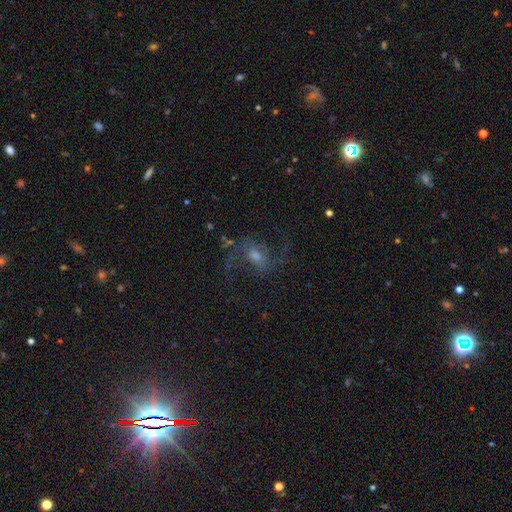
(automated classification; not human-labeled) Smooth or featured?
  - featured or disk: 66% *
  - smooth: 20%
  - star or artifact: 13%
Edge-on disk?
  - no: 96% *
  - yes: 4%
Bar?
  - weak: 47% *
  - no: 37%
  - strong: 15%
Spiral arms?
  - yes: 82% *
  - no: 18%
Spiral winding?
  - loose: 61% *
  - medium: 33%
  - tight: 7%
Spiral arm count?
  - 2: 82% *
  - can't tell: 8%
  - 1: 5%
  - 3: 2%
  - 4: 1%
  - more than 4: 1%
Bulge size?
  - moderate: 51% *
  - small: 31%
  - large: 9%
  - none: 7%
  - dominant: 2%
Merging?
  - none: 55% *
  - major disturbance: 25%
  - minor disturbance: 17%
  - merger: 3%